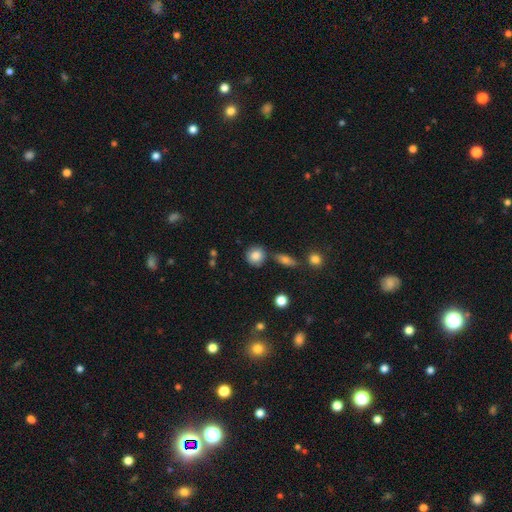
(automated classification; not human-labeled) Smooth or featured?
  - smooth: 85% *
  - star or artifact: 8%
  - featured or disk: 7%
How rounded?
  - round: 86% *
  - in between: 13%
  - cigar-shaped: 2%
Merging?
  - none: 77% *
  - minor disturbance: 12%
  - merger: 8%
  - major disturbance: 3%